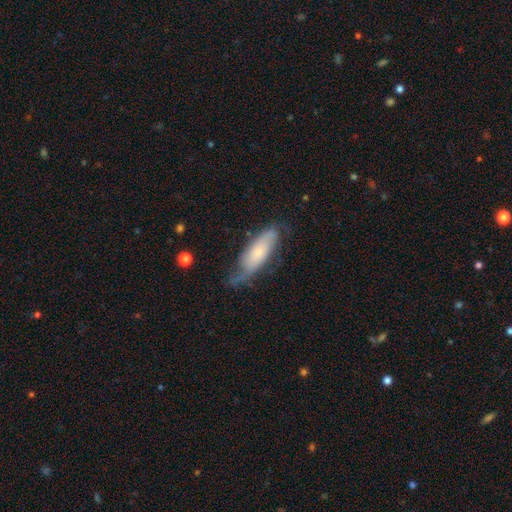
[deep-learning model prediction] featured or disk 55%, smooth 36%, star or artifact 9%. Down the decision tree: edge-on disk — no (75%); merging — none (62%).